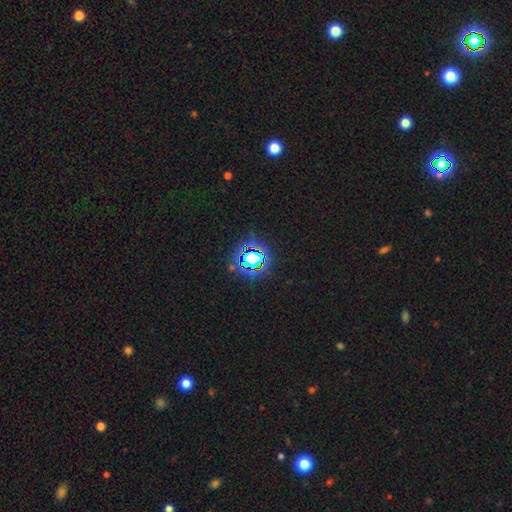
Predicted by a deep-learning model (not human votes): A star or artifact, not a galaxy (65%).

Vote fractions:
- Smooth or featured? star or artifact: 65% / smooth: 23% / featured or disk: 12%